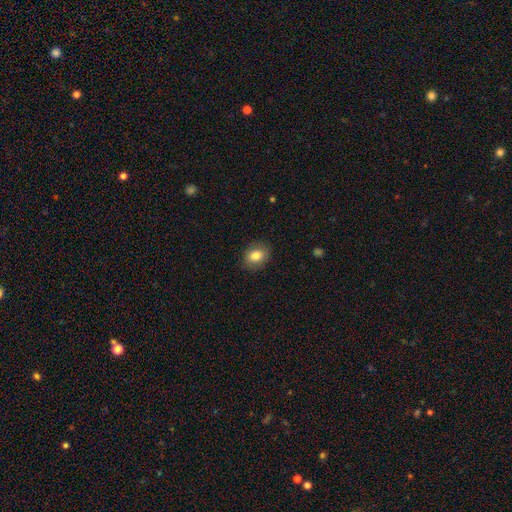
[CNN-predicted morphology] type=smooth (80%); roundness=in between (52%); merging=none (85%).